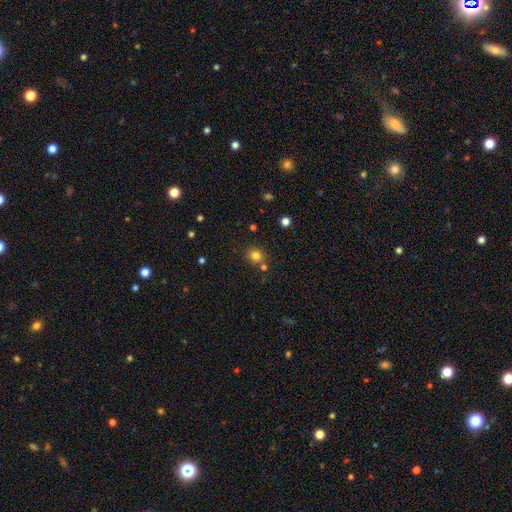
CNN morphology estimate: Smooth or featured?
  - smooth: 80% *
  - star or artifact: 14%
  - featured or disk: 6%
How rounded?
  - round: 85% *
  - in between: 14%
  - cigar-shaped: 1%
Merging?
  - none: 79% *
  - merger: 10%
  - minor disturbance: 9%
  - major disturbance: 3%